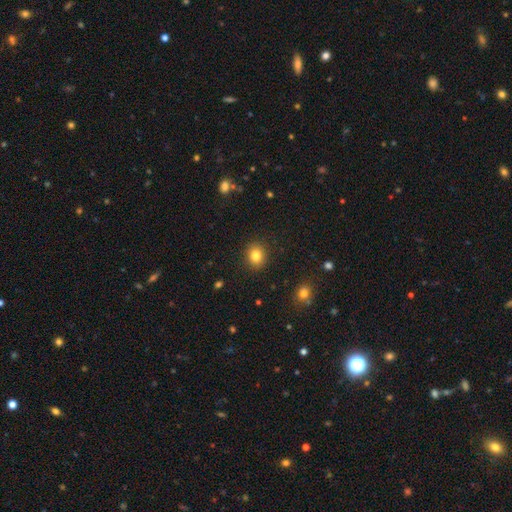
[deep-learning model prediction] Smooth or featured?
  - smooth: 83% *
  - star or artifact: 10%
  - featured or disk: 6%
How rounded?
  - round: 70% *
  - in between: 29%
  - cigar-shaped: 1%
Merging?
  - none: 90% *
  - minor disturbance: 7%
  - major disturbance: 2%
  - merger: 1%